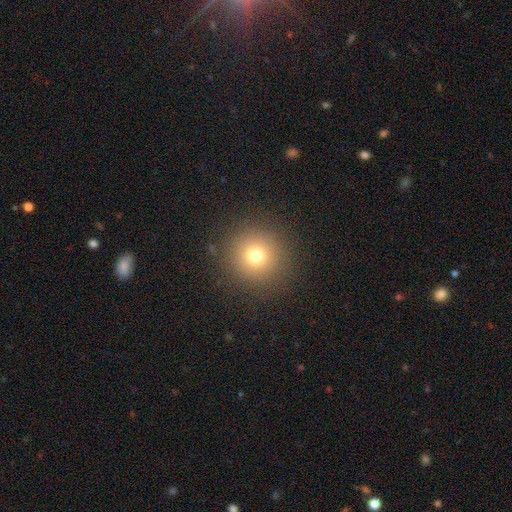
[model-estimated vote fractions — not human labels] This is likely a smooth galaxy (73%). How rounded: clearly round (95%). Merging: clearly none (89%).